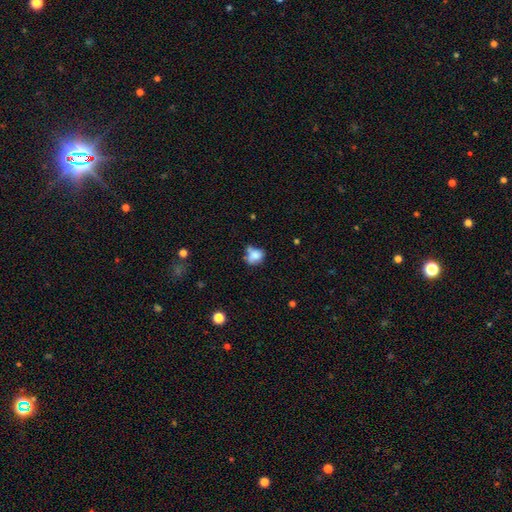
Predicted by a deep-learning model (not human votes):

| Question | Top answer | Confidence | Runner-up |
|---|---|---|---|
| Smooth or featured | smooth | 74% | featured or disk (15%) |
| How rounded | in between | 51% | round (47%) |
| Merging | none | 40% | minor disturbance (27%) |